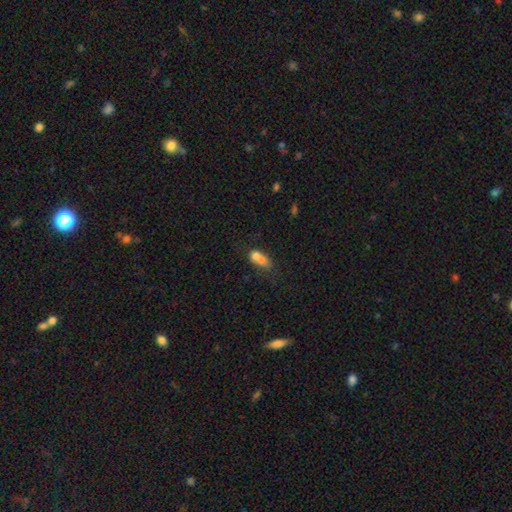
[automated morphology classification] This is likely a smooth galaxy (68%). How rounded: likely in between (65%). Merging: possibly merger (59%).